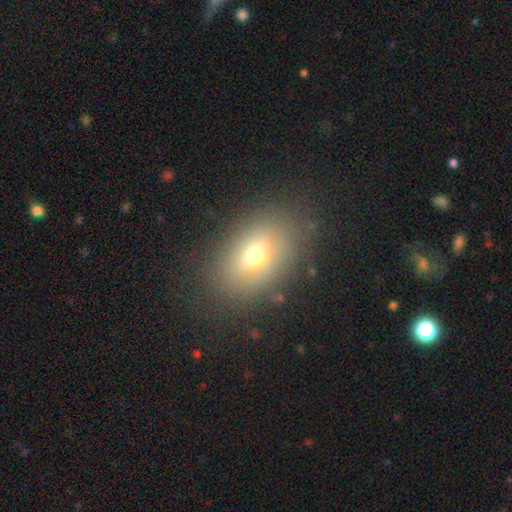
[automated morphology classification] Smooth or featured: smooth — 65% (featured or disk — 22%)
How rounded: in between — 83% (round — 14%)
Merging: none — 83% (minor disturbance — 11%)